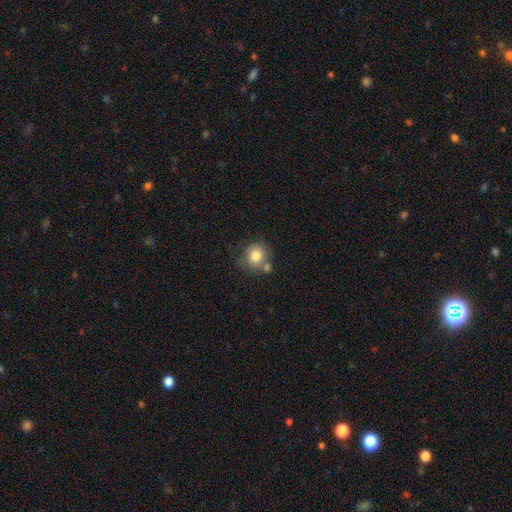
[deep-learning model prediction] smooth_or_featured: smooth (p=0.79) [alt: featured or disk p=0.13]
how_rounded: round (p=0.78) [alt: in between p=0.21]
merging: none (p=0.54) [alt: merger p=0.23]